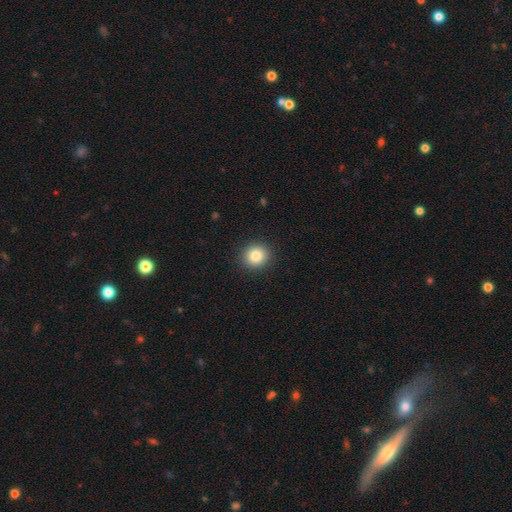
This is likely a smooth galaxy (77%). How rounded: clearly round (97%). Merging: clearly none (92%).